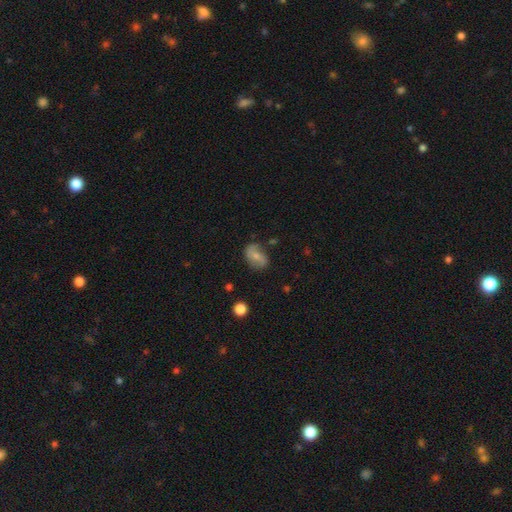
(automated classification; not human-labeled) Morphology: type=smooth (51%); roundness=in between (81%); merging=none (64%).